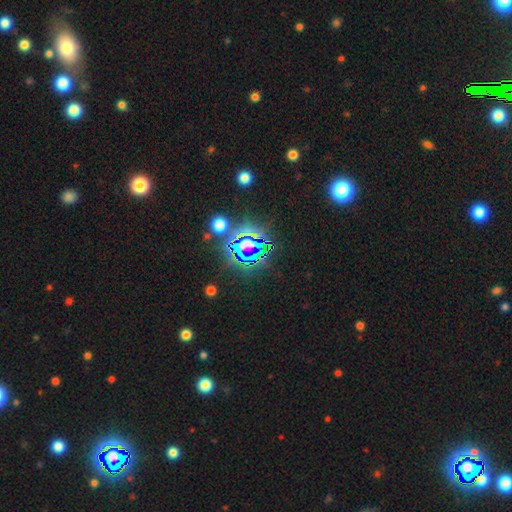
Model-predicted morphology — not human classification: Smooth or featured? Predicted: star or artifact (p=0.74).